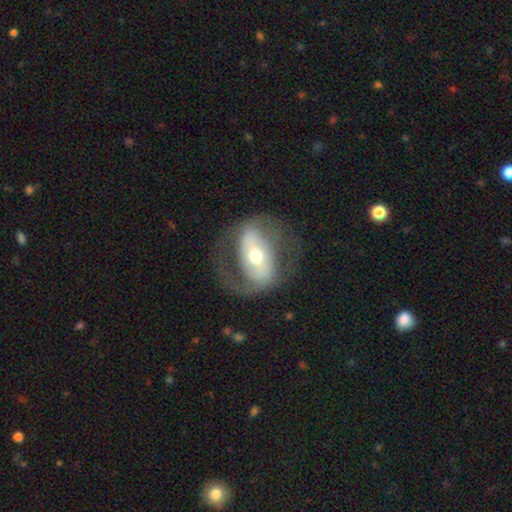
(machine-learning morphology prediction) Smooth or featured? featured or disk (77%)
Edge-on disk? no (95%)
Bar? strong (46%)
Spiral arms? yes (75%)
Spiral winding? medium (48%)
Spiral arm count? 2 (82%)
Bulge size? moderate (63%)
Merging? none (67%)